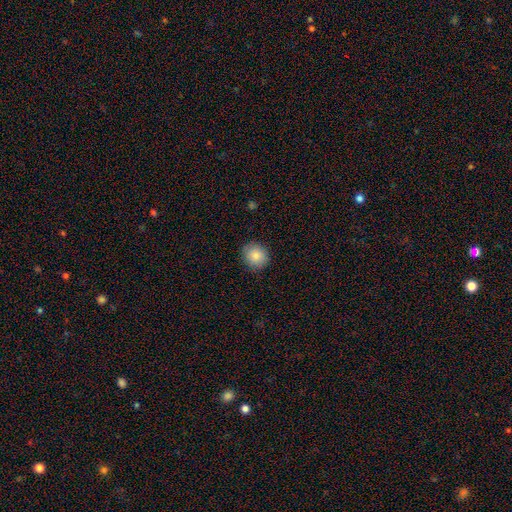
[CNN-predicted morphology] Smooth or featured? smooth (84%)
How rounded? round (82%)
Merging? none (87%)